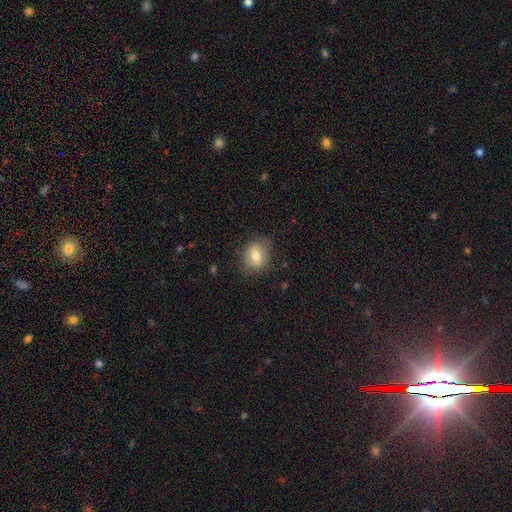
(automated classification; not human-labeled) Smooth or featured?
  - smooth: 75% *
  - featured or disk: 16%
  - star or artifact: 9%
How rounded?
  - round: 57% *
  - in between: 42%
  - cigar-shaped: 1%
Merging?
  - none: 78% *
  - minor disturbance: 17%
  - major disturbance: 4%
  - merger: 1%